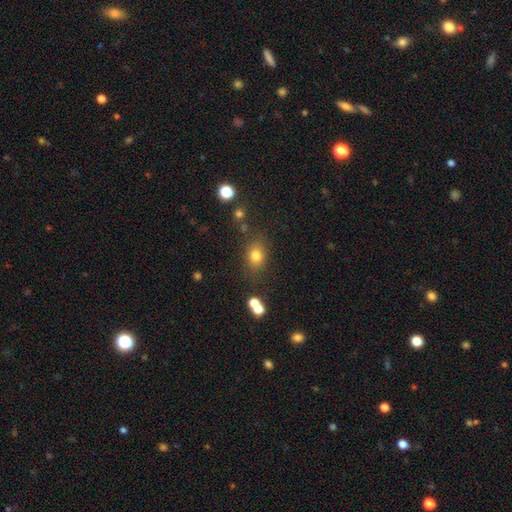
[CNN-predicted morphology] A smooth galaxy with no disk features (78%) that is in between round and cigar-shaped (55%). Merging: none (76%).